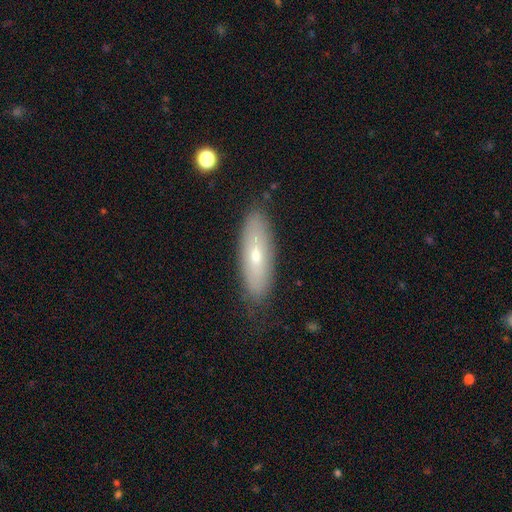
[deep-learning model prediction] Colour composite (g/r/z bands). It shows a smooth galaxy with no disk features (55%) that is in between round and cigar-shaped (51%). Merging: none (82%).